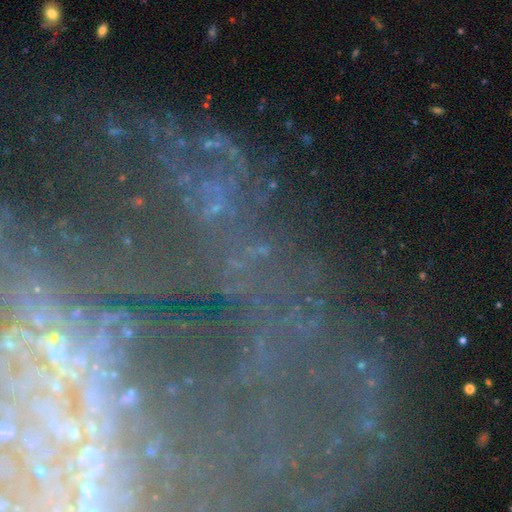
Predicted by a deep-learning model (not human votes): star or artifact 68%, featured or disk 22%, smooth 11%.